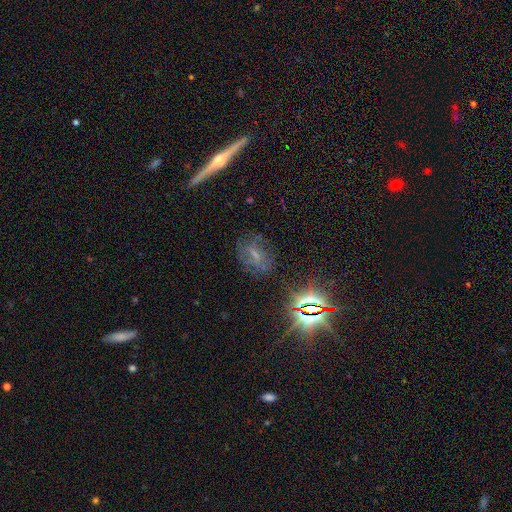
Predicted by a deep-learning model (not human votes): Smooth or featured?
  - featured or disk: 40% *
  - smooth: 31%
  - star or artifact: 29%
Merging?
  - none: 65% *
  - minor disturbance: 20%
  - major disturbance: 13%
  - merger: 3%